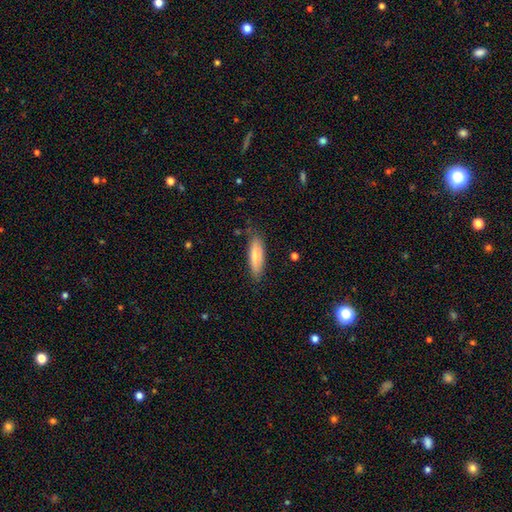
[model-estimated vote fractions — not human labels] Q: Smooth or featured?
A: smooth (76%); runner-up: featured or disk (18%)
Q: How rounded?
A: cigar-shaped (52%); runner-up: in between (47%)
Q: Merging?
A: none (79%); runner-up: minor disturbance (16%)